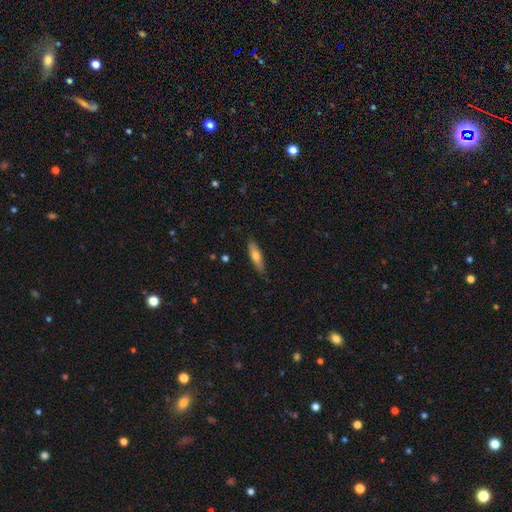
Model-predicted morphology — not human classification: A smooth galaxy with no disk features (62%) that is cigar-shaped (71%). Merging: none (86%).